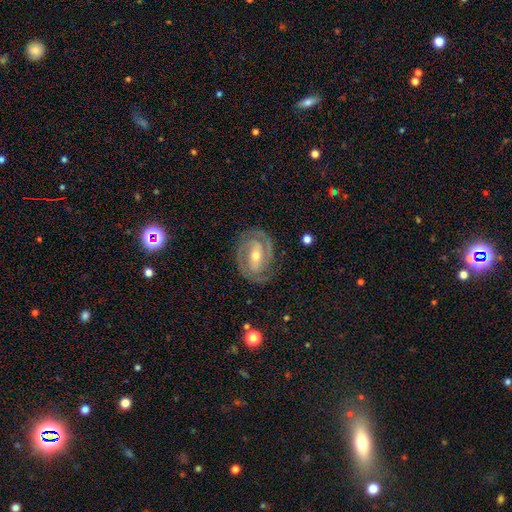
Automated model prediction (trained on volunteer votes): featured or disk 88%, smooth 7%, star or artifact 5%. Down the decision tree: edge-on disk — no (97%); bar — strong (40%); spiral arms — yes (95%); spiral arm count — 2 (79%); spiral winding — tight (61%); bulge size — moderate (59%); merging — none (81%).